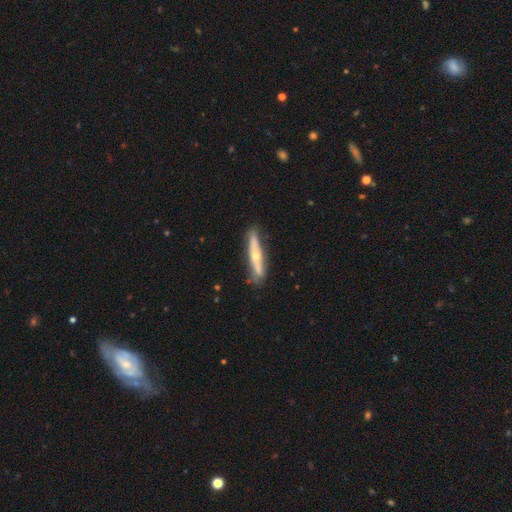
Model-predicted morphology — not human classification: Smooth or featured? Predicted: featured or disk (p=0.60). Edge-on disk? Predicted: yes (p=0.81). Merging? Predicted: none (p=0.76).